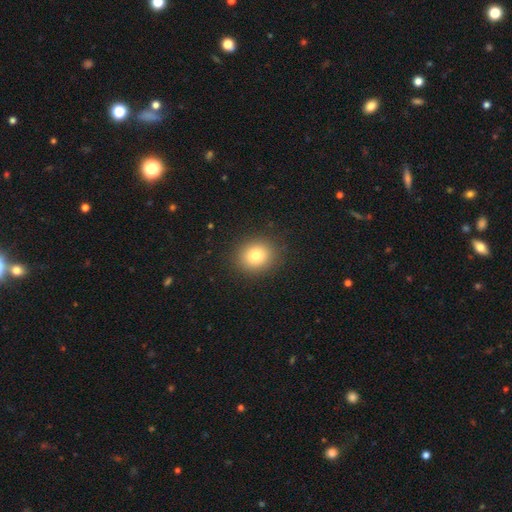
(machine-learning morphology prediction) smooth 80%, star or artifact 12%, featured or disk 9%. Down the decision tree: how rounded — round (75%); merging — none (89%).